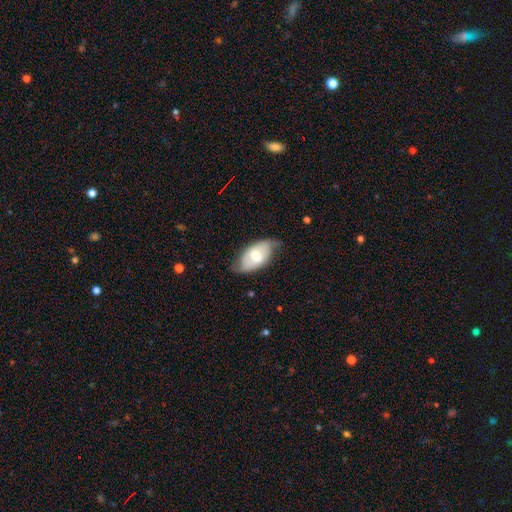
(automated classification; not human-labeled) Morphology: type=smooth (51%); roundness=in between (92%); merging=none (63%).